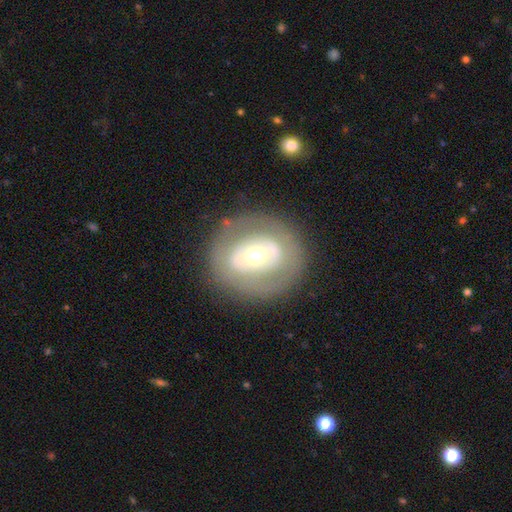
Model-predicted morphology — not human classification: The model was most divided on "bulge size": moderate: 53%, small: 35%, large: 9%, dominant: 2%, none: 1%. More confident: edge-on disk — no (95%); merging — none (81%); spiral arms — no (78%); bar — no (64%); smooth or featured — featured or disk (59%).